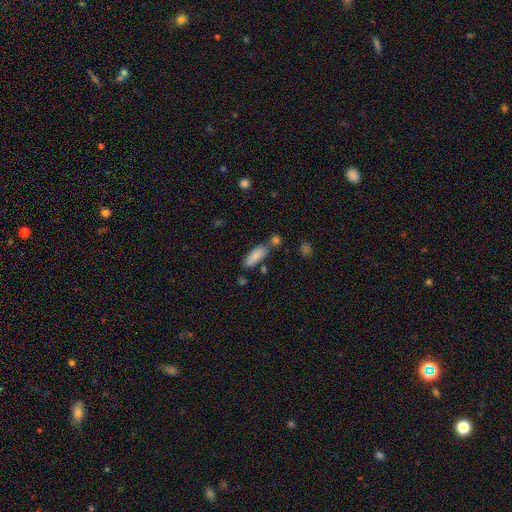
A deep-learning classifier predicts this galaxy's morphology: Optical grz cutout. It shows a smooth galaxy with no disk features (86%) that is in between round and cigar-shaped (66%). Merging: none (65%).